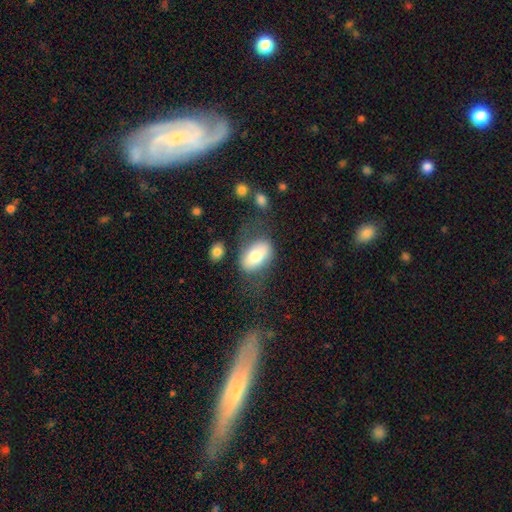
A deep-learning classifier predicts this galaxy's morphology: A smooth galaxy with no disk features (67%) that is in between round and cigar-shaped (88%). Merging: none (58%).